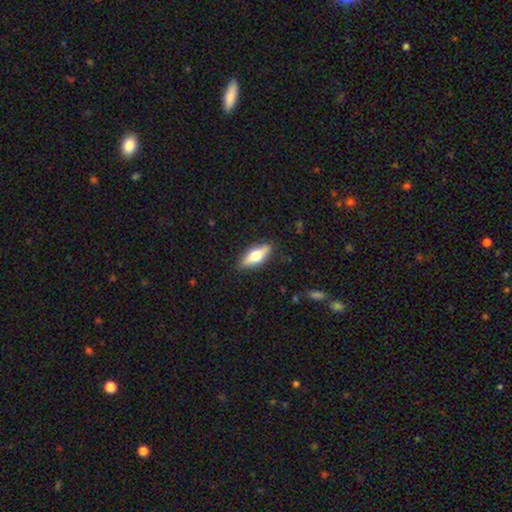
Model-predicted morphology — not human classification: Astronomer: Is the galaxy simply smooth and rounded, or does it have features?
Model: smooth — 52% (runner-up: featured or disk, 42%).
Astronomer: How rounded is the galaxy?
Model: in between — 62%.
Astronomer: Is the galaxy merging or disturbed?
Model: none — 86%.